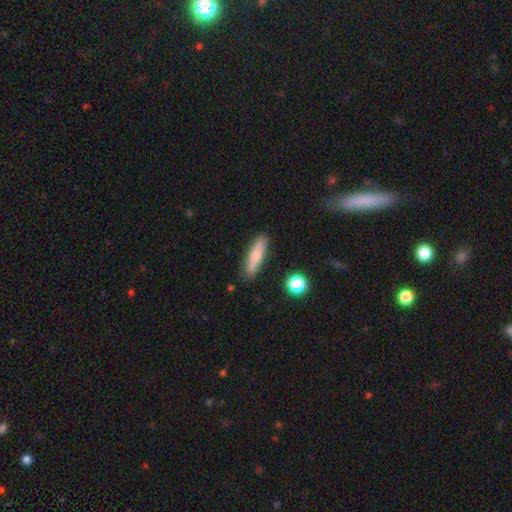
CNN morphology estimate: This appears to be a smooth galaxy with no disk features (62%) that is cigar-shaped (71%). Merging: none (84%).